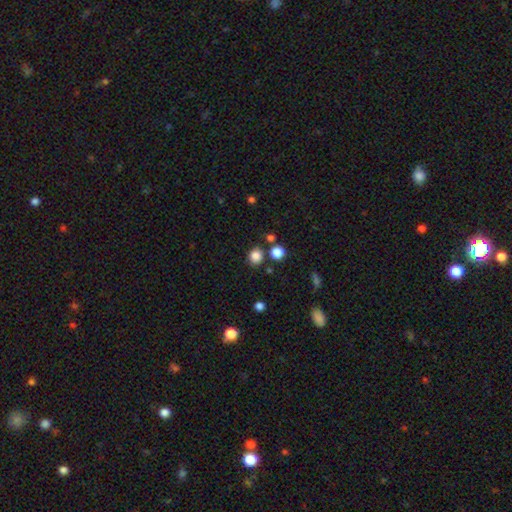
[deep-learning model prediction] Smooth or featured?
  - smooth: 83% *
  - star or artifact: 12%
  - featured or disk: 5%
How rounded?
  - round: 81% *
  - in between: 18%
  - cigar-shaped: 1%
Merging?
  - none: 81% *
  - minor disturbance: 8%
  - merger: 8%
  - major disturbance: 3%